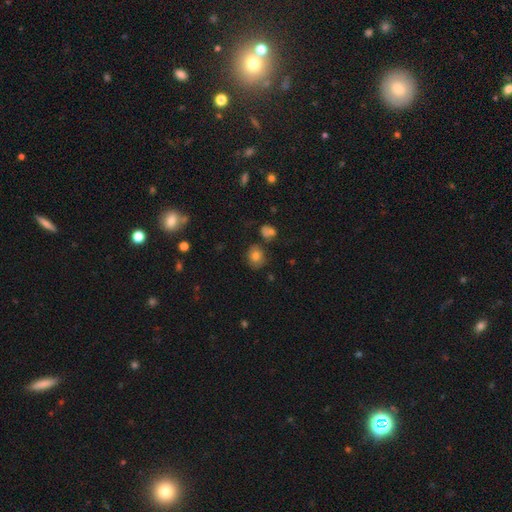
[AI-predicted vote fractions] smooth-or-featured: smooth: 78% | star or artifact: 12% | featured or disk: 11%
  how-rounded: round: 66% | in between: 33% | cigar-shaped: 1%
  merging: none: 73% | minor disturbance: 15% | merger: 7% | major disturbance: 4%